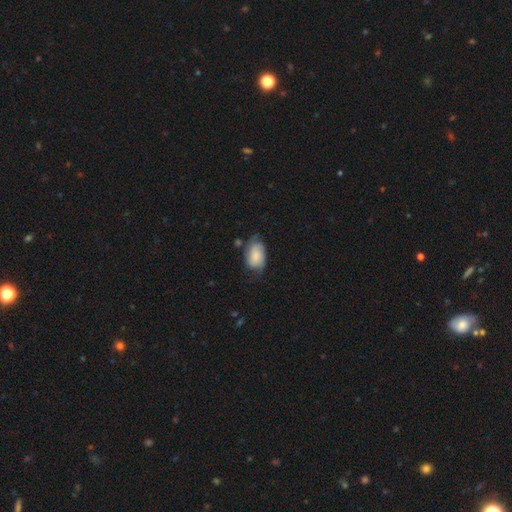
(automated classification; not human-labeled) A smooth galaxy with no disk features (64%) that is in between round and cigar-shaped (91%). Merging: none (50%).